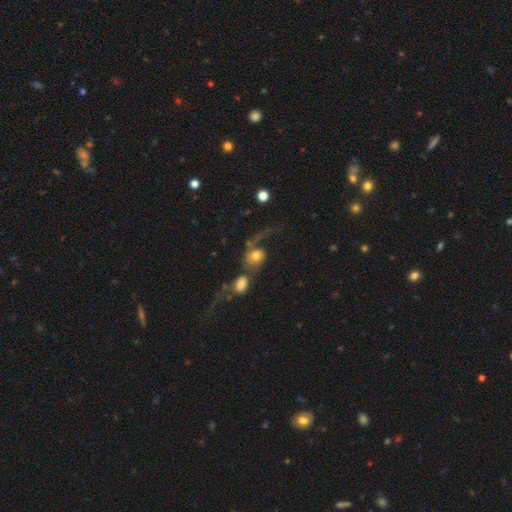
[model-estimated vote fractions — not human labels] smooth_or_featured: smooth (p=0.46) [alt: featured or disk p=0.45]
merging: merger (p=0.47) [alt: major disturbance p=0.27]